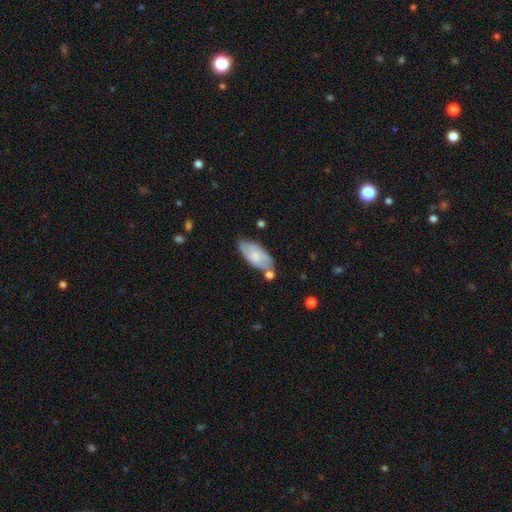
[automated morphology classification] This is possibly a smooth galaxy (52%). How rounded: clearly in between (86%). Merging: possibly none (60%).